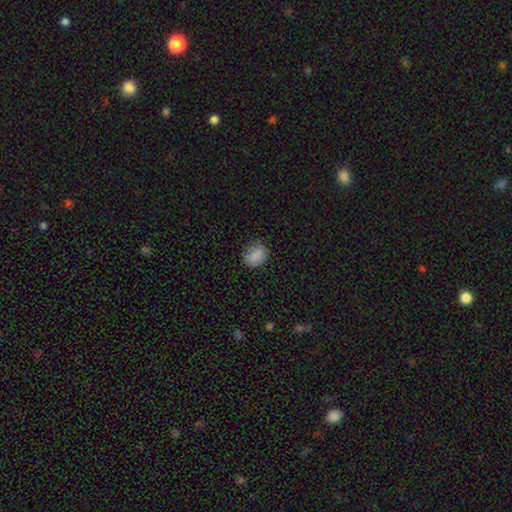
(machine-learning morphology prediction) Smooth or featured? Predicted: smooth (p=0.86). How rounded? Predicted: in between (p=0.53). Merging? Predicted: none (p=0.81).